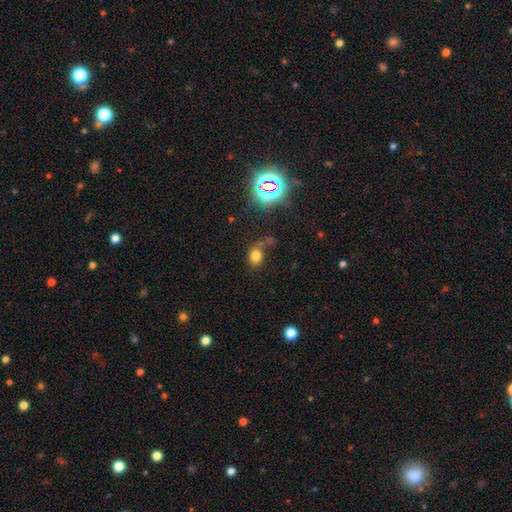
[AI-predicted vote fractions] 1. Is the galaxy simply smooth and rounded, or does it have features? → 71% smooth, 20% star or artifact, 8% featured or disk.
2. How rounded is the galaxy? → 54% in between, 45% round, 1% cigar-shaped.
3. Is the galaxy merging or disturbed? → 56% none, 18% merger, 16% minor disturbance, 10% major disturbance.